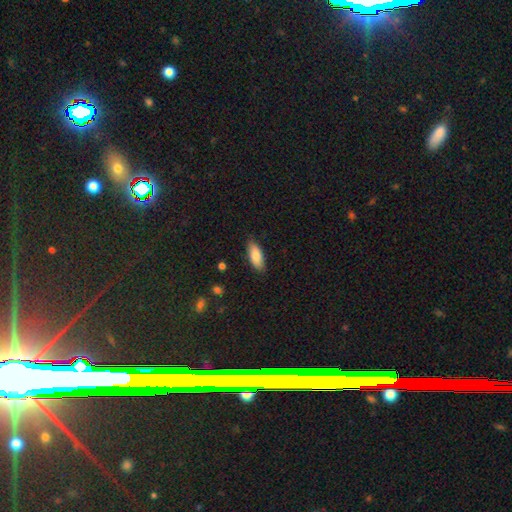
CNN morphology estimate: Smooth or featured? Predicted: smooth (p=0.84). How rounded? Predicted: in between (p=0.78). Merging? Predicted: none (p=0.83).